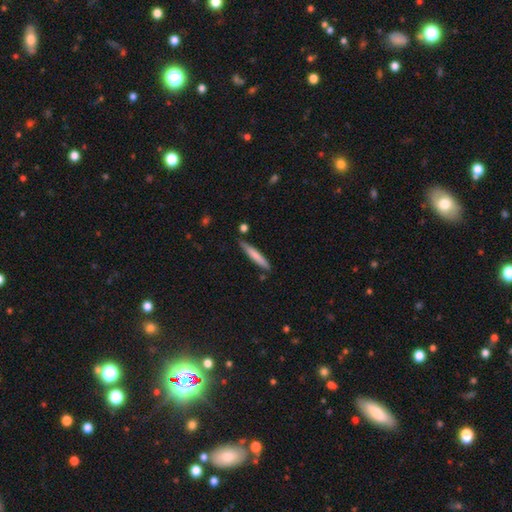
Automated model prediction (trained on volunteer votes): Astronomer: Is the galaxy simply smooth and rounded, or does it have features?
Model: smooth — 74%.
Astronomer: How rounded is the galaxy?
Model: cigar-shaped — 94%.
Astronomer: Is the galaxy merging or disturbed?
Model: none — 81%.